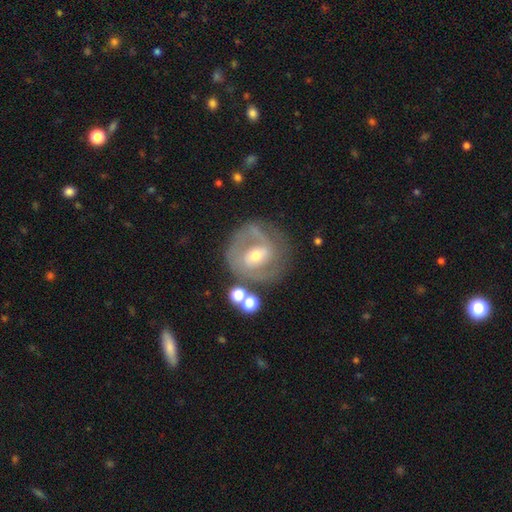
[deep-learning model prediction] Smooth or featured?
  - featured or disk: 76% *
  - smooth: 17%
  - star or artifact: 7%
Edge-on disk?
  - no: 96% *
  - yes: 4%
Bar?
  - weak: 44% *
  - no: 29%
  - strong: 28%
Spiral arms?
  - yes: 81% *
  - no: 19%
Spiral winding?
  - tight: 43% * (tied)
  - medium: 43% * (tied)
  - loose: 14%
Spiral arm count?
  - 2: 69% *
  - can't tell: 16%
  - 1: 7%
  - 3: 5%
  - 4: 1%
  - more than 4: 1%
Bulge size?
  - moderate: 55% *
  - small: 40%
  - large: 3%
  - none: 1%
  - dominant: 1%
Merging?
  - none: 67% *
  - minor disturbance: 17%
  - major disturbance: 10%
  - merger: 6%